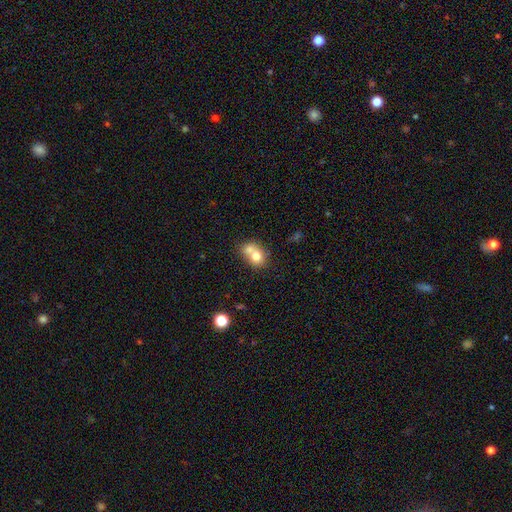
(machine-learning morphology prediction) The model was most divided on "how rounded": round: 64%, in between: 35%, cigar-shaped: 1%. More confident: smooth or featured — smooth (72%); merging — merger (61%).